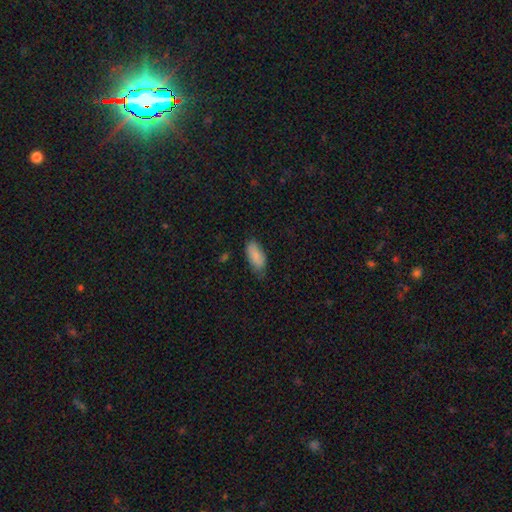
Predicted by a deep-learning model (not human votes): This is clearly a smooth galaxy (84%). How rounded: clearly in between (89%). Merging: likely none (66%).